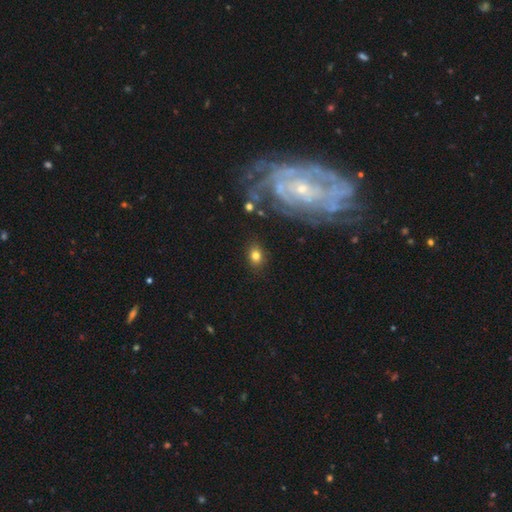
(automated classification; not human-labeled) Smooth or featured: smooth — 75% (featured or disk — 14%)
How rounded: in between — 54% (round — 45%)
Merging: none — 83% (minor disturbance — 10%)